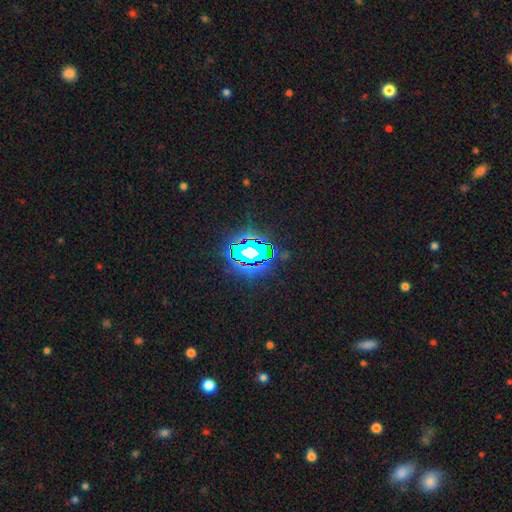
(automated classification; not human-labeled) Smooth or featured: star or artifact — 84% (smooth — 10%)